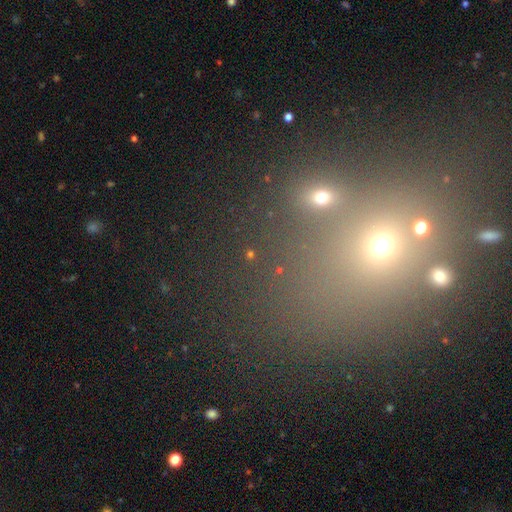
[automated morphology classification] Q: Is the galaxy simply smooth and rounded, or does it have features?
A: star or artifact — 51%.